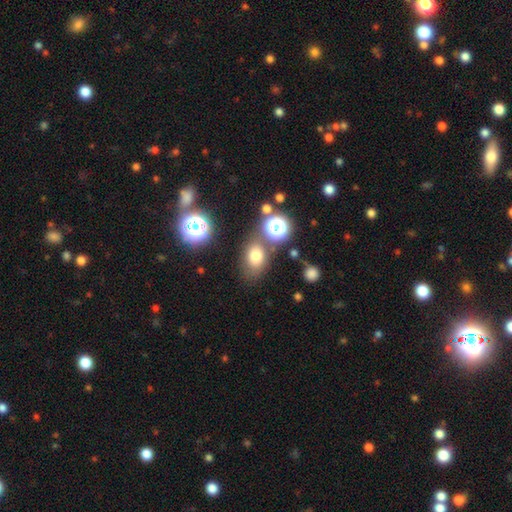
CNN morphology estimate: type=smooth (73%); roundness=in between (64%); merging=none (70%).